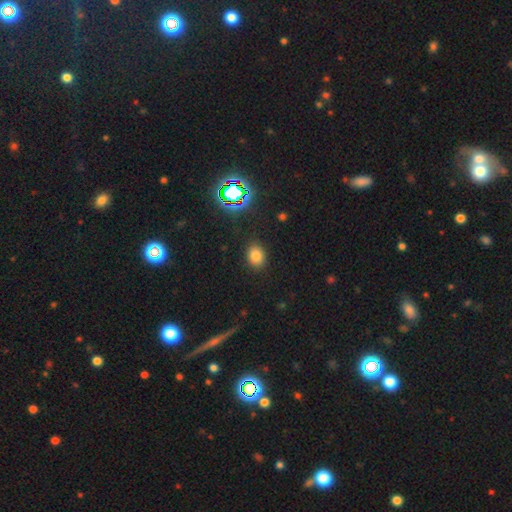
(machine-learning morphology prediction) smooth_or_featured: smooth (p=0.76) [alt: star or artifact p=0.17]
how_rounded: in between (p=0.54) [alt: round p=0.45]
merging: none (p=0.86) [alt: minor disturbance p=0.10]